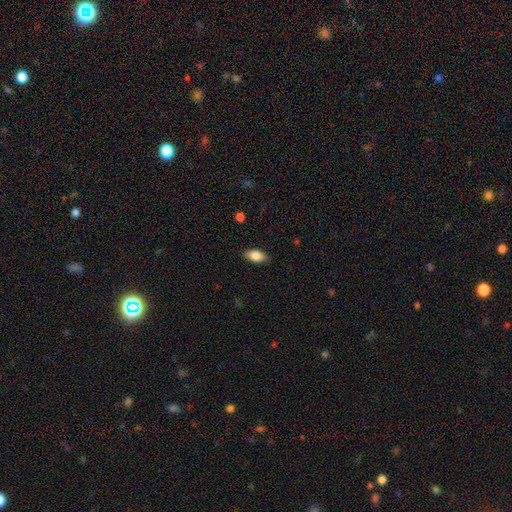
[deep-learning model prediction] The model was most divided on "smooth or featured": smooth: 82%, featured or disk: 11%, star or artifact: 7%. More confident: how rounded — in between (90%); merging — none (87%).